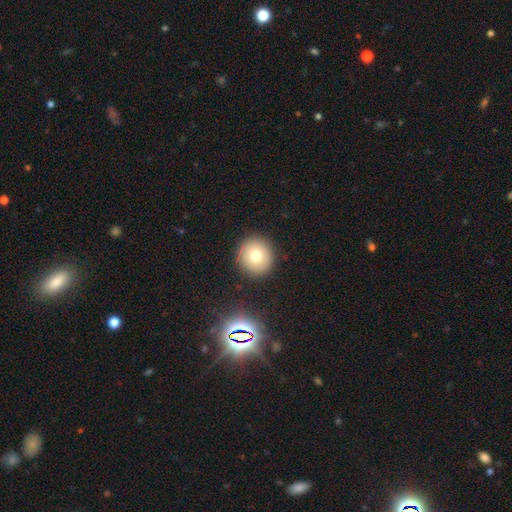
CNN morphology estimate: Q: Smooth or featured?
A: smooth (73%); runner-up: featured or disk (14%)
Q: How rounded?
A: round (91%); runner-up: in between (8%)
Q: Merging?
A: none (90%); runner-up: minor disturbance (6%)